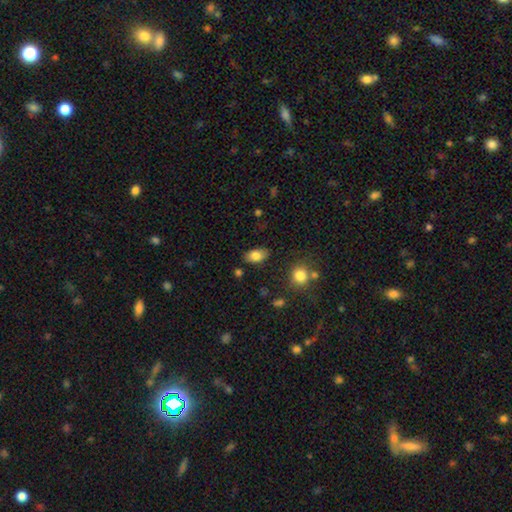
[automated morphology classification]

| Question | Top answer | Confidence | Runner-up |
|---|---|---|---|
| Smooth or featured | smooth | 82% | featured or disk (10%) |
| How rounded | in between | 90% | round (8%) |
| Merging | none | 82% | minor disturbance (12%) |